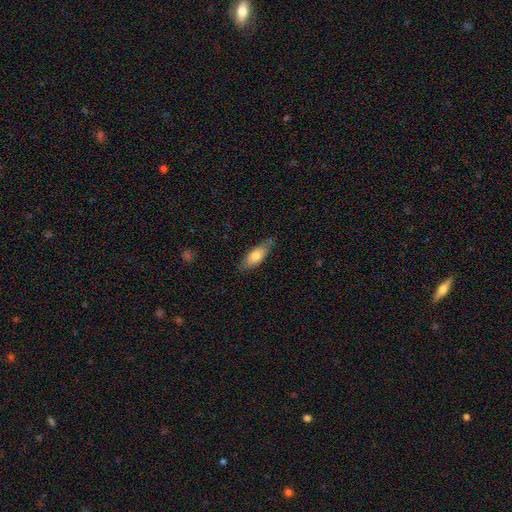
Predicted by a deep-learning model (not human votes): Morphology: type=smooth (72%); roundness=in between (71%); merging=none (77%).